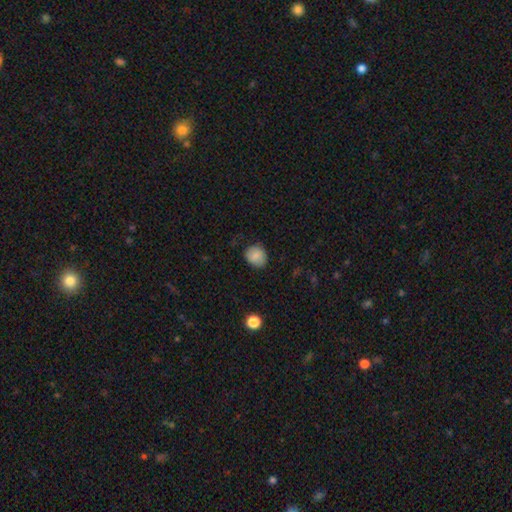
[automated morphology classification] This is clearly a smooth galaxy (85%). How rounded: likely round (76%). Merging: clearly none (82%).